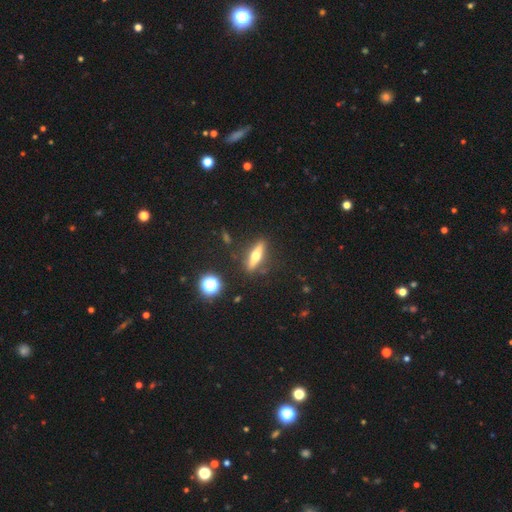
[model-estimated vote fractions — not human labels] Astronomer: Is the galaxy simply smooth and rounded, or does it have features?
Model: featured or disk — 58% (runner-up: smooth, 33%).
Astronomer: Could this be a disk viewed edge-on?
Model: yes — 92%.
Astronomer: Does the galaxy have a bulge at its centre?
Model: rounded — 94%.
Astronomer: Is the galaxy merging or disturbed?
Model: none — 86%.